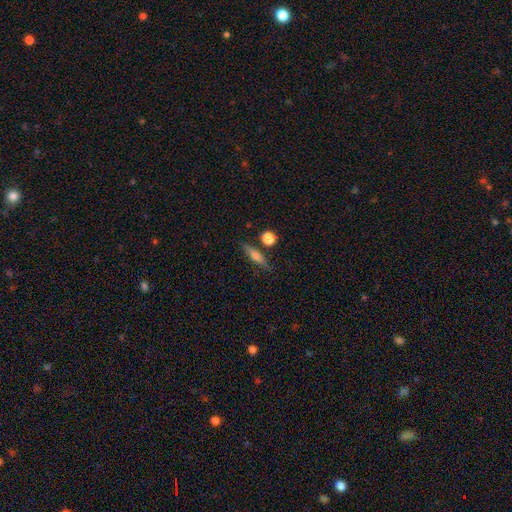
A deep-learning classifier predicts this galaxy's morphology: type=smooth (49%); merging=none (79%).